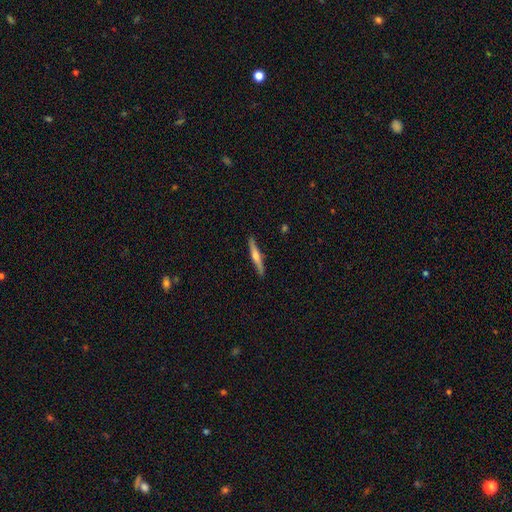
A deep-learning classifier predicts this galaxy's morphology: Overall: featured or disk (64%; smooth 31%). Edge-on disk: yes (97%). Edge-on bulge: rounded (82%). Merging: none (89%).